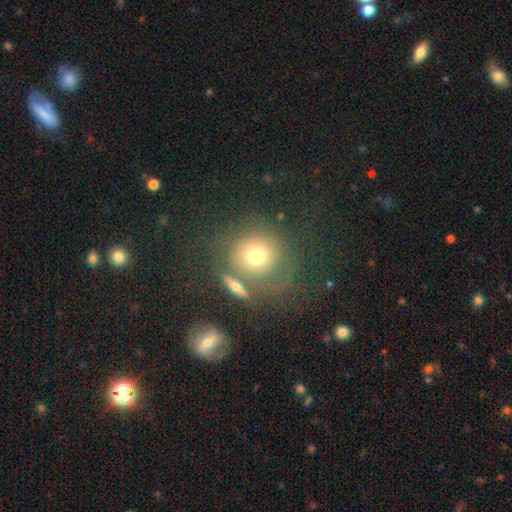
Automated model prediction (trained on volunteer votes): Smooth or featured? smooth (66%)
How rounded? round (86%)
Merging? none (58%)